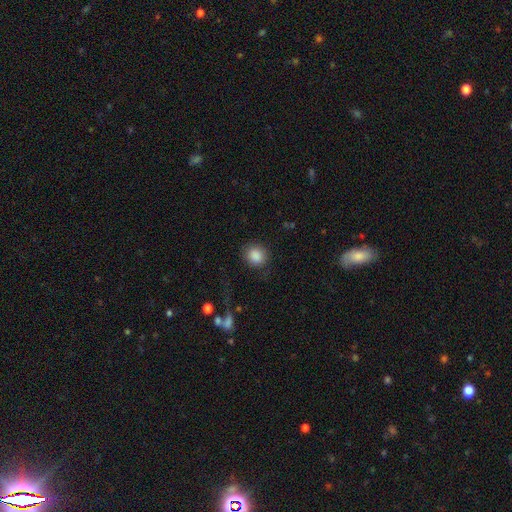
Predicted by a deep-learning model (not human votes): Overall: smooth (88%). How rounded: round (81%). Merging: none (82%).